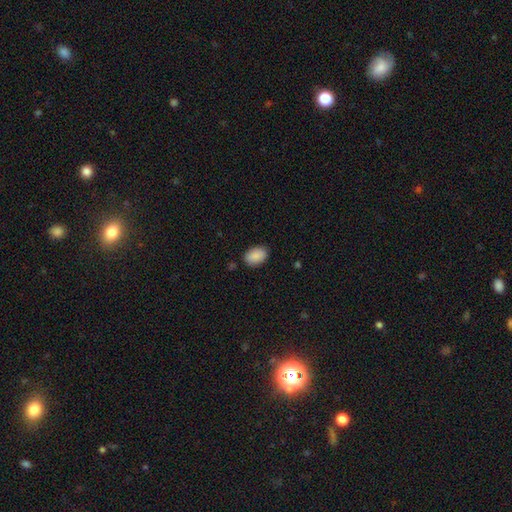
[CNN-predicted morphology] smooth 89%, star or artifact 7%, featured or disk 4%. Down the decision tree: how rounded — in between (88%); merging — none (86%).